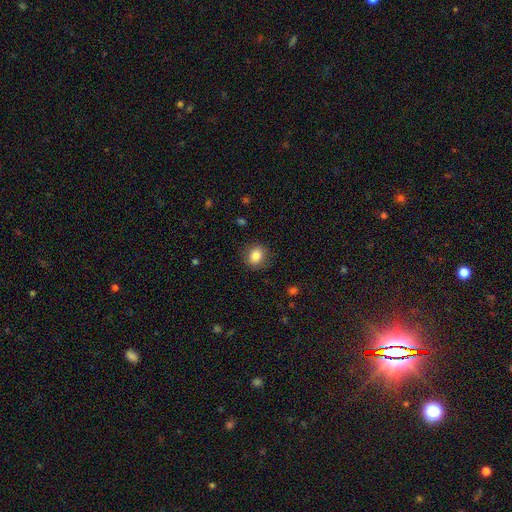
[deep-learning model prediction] smooth_or_featured: smooth (p=0.84) [alt: star or artifact p=0.09]
how_rounded: round (p=0.70) [alt: in between p=0.29]
merging: none (p=0.86) [alt: minor disturbance p=0.10]